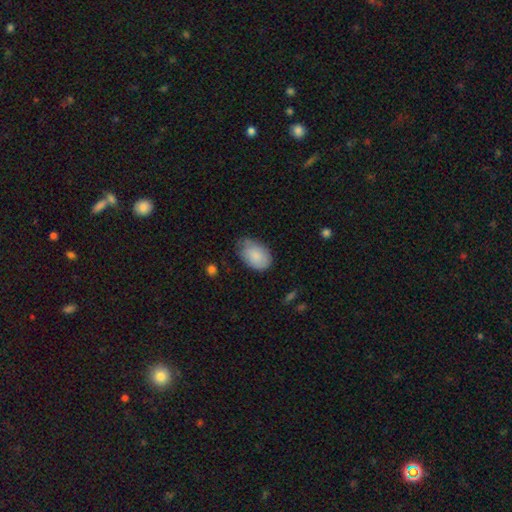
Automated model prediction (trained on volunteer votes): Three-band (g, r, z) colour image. It shows a smooth galaxy with no disk features (82%) that is in between round and cigar-shaped (87%). Merging: none (55%).